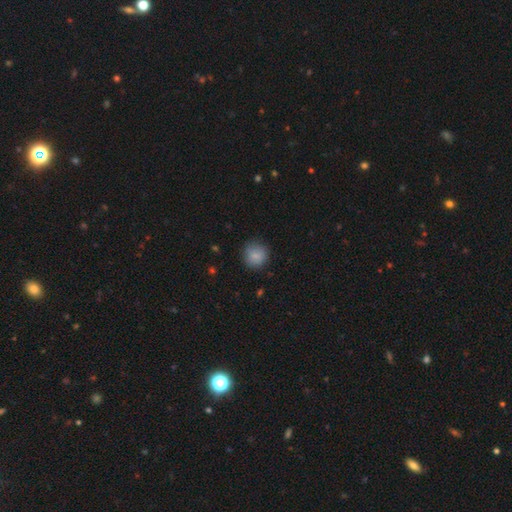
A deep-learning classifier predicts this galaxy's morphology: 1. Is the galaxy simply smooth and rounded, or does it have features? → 84% smooth, 9% star or artifact, 7% featured or disk.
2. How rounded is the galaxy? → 89% round, 10% in between, 1% cigar-shaped.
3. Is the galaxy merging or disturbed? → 81% none, 14% minor disturbance, 3% major disturbance, 1% merger.